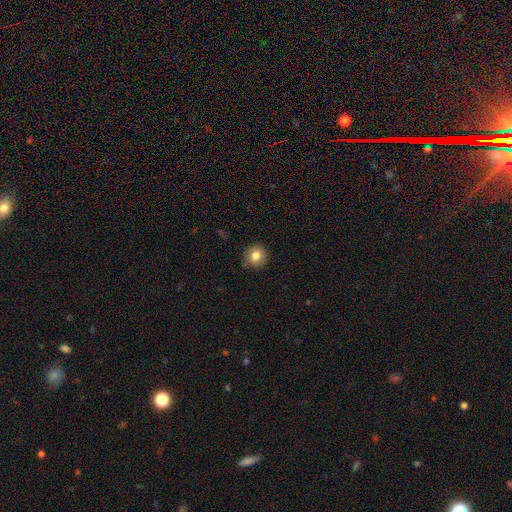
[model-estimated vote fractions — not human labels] smooth 82%, star or artifact 10%, featured or disk 8%. Down the decision tree: how rounded — round (91%); merging — none (88%).